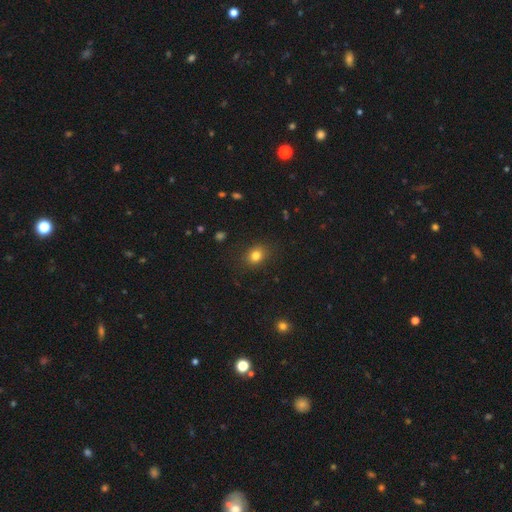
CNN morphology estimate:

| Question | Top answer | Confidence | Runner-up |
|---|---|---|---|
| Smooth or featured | smooth | 81% | star or artifact (12%) |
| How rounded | in between | 51% | round (48%) |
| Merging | none | 85% | minor disturbance (11%) |